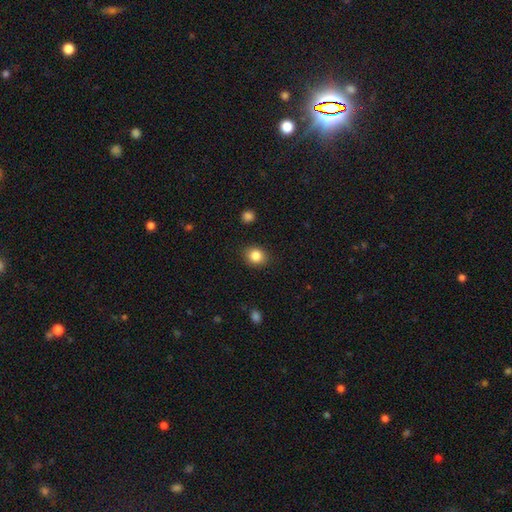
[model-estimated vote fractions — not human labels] smooth-or-featured: smooth: 85% | star or artifact: 10% | featured or disk: 5%
  how-rounded: round: 67% | in between: 32% | cigar-shaped: 1%
  merging: none: 88% | minor disturbance: 9% | major disturbance: 2% | merger: 1%